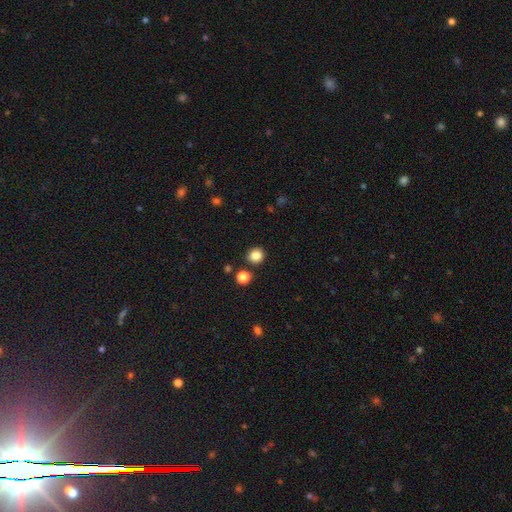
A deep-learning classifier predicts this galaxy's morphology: A smooth galaxy with no disk features (84%) that is round (86%). Merging: none (86%).